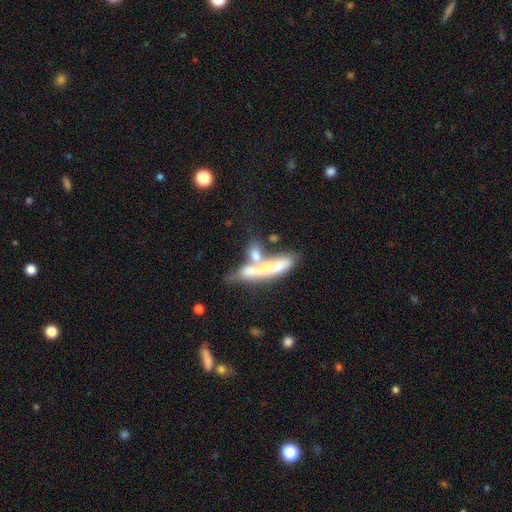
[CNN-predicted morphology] Overall: smooth (57%; featured or disk 34%). How rounded: cigar-shaped (57%; in between 37%). Merging: merger (56%; none 22%).